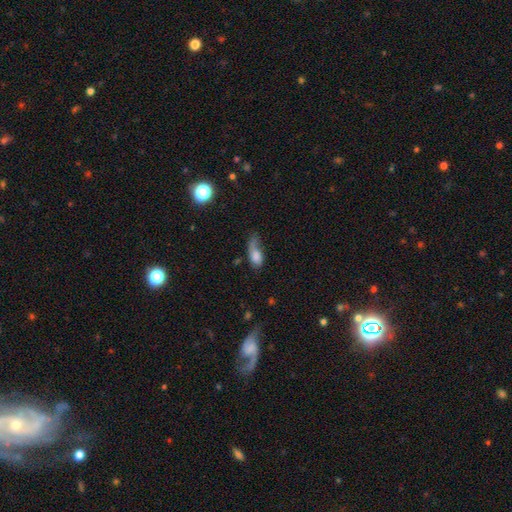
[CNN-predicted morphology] A smooth galaxy with no disk features (72%) that is in between round and cigar-shaped (79%). Merging: major disturbance (39%).